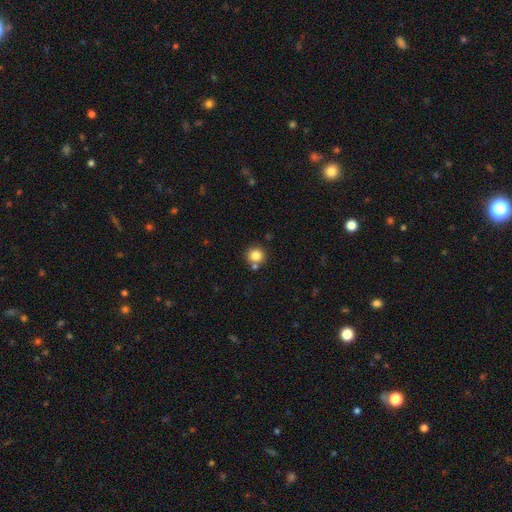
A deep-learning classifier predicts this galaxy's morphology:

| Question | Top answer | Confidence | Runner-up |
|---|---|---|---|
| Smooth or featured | smooth | 82% | star or artifact (11%) |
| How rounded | round | 91% | in between (8%) |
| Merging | none | 72% | merger (16%) |